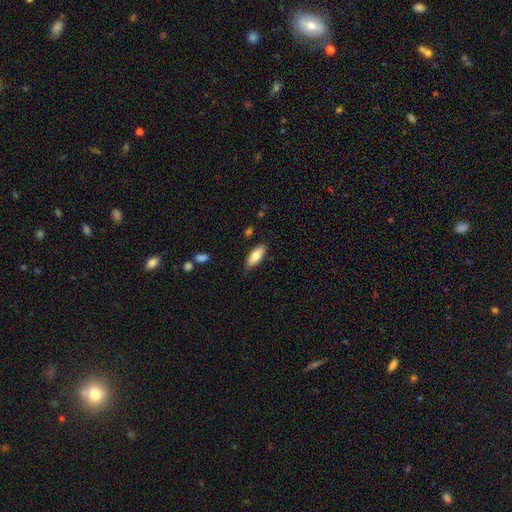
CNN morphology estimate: This is clearly a smooth galaxy (82%). How rounded: likely in between (72%). Merging: likely none (80%).